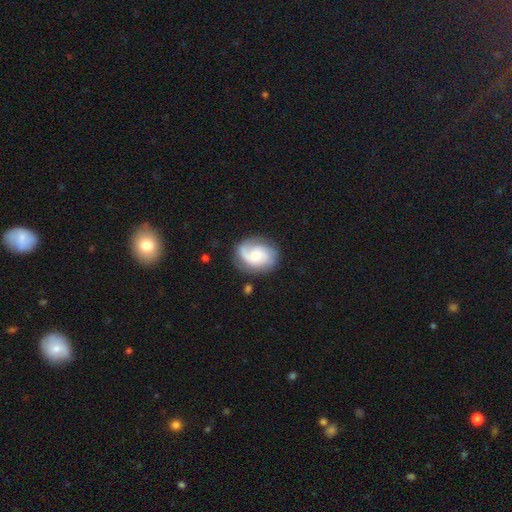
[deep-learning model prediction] smooth-or-featured: featured or disk: 78% | smooth: 16% | star or artifact: 6%
  disk-edge-on: no: 98% | yes: 2%
    bar: no: 66% | weak: 30% | strong: 5%
    has-spiral-arms: yes: 96% | no: 4%
      spiral-winding: medium: 42% | tight: 40% | loose: 18%
      spiral-arm-count: 2: 48% | 3: 21% | can't tell: 14% | 1: 10% | 4: 4% | more than 4: 3%
    bulge-size: moderate: 47% | small: 34% | large: 13% | none: 5% | dominant: 2%
  merging: none: 74% | minor disturbance: 17% | major disturbance: 8% | merger: 2%